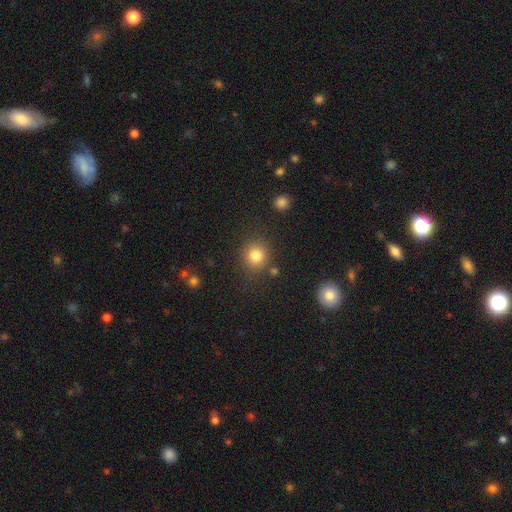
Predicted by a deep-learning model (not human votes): Smooth or featured? Predicted: smooth (p=0.82). How rounded? Predicted: round (p=0.88). Merging? Predicted: none (p=0.83).